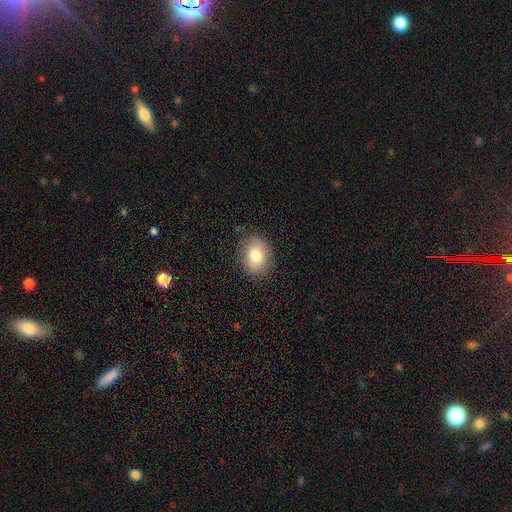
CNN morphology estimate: Smooth or featured? Predicted: smooth (p=0.82). How rounded? Predicted: in between (p=0.61). Merging? Predicted: none (p=0.84).